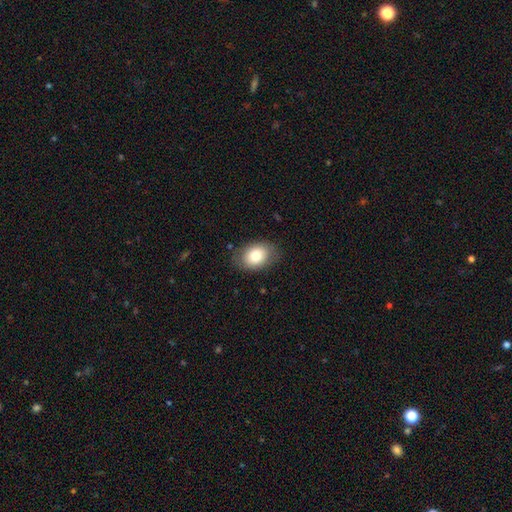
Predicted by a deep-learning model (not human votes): Smooth or featured? Predicted: smooth (p=0.79). How rounded? Predicted: in between (p=0.79). Merging? Predicted: none (p=0.80).